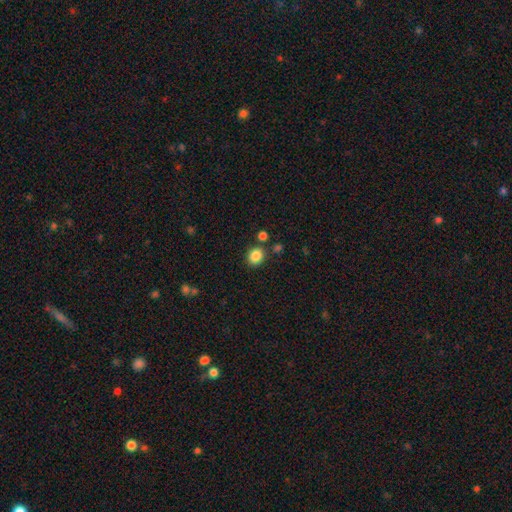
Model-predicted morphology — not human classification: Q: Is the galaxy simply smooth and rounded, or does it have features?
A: smooth — 86%.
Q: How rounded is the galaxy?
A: round — 62%.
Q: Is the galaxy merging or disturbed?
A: none — 80%.